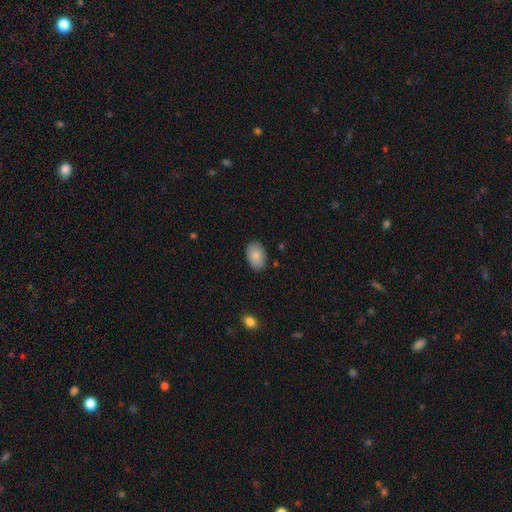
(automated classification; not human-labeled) Smooth or featured?
  - smooth: 85% *
  - featured or disk: 8%
  - star or artifact: 7%
How rounded?
  - in between: 87% *
  - round: 11%
  - cigar-shaped: 1%
Merging?
  - none: 85% *
  - minor disturbance: 12%
  - major disturbance: 2%
  - merger: 1%